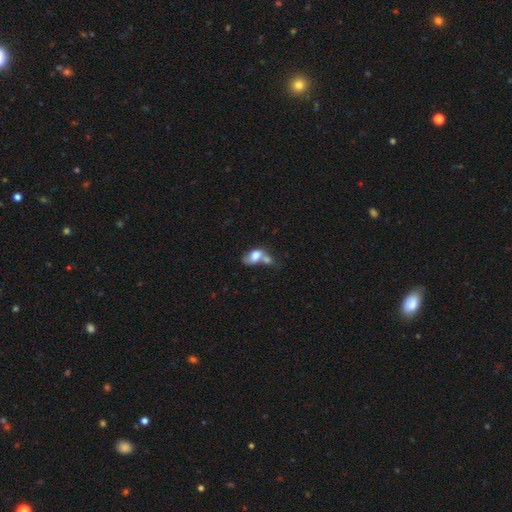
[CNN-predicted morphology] Smooth or featured: smooth — 69% (featured or disk — 23%)
How rounded: in between — 85% (round — 12%)
Merging: merger — 65% (none — 15%)